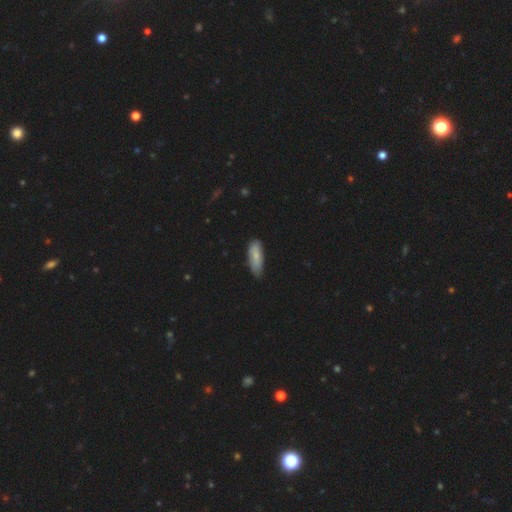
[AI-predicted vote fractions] Smooth or featured? Predicted: smooth (p=0.74). How rounded? Predicted: in between (p=0.71). Merging? Predicted: none (p=0.67).